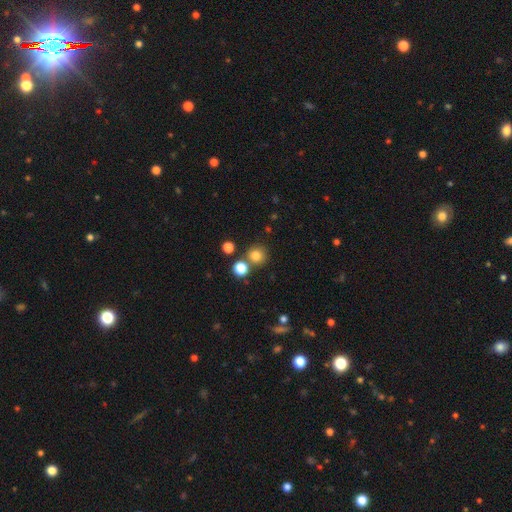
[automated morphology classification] This is likely a smooth galaxy (79%). How rounded: clearly round (91%). Merging: likely none (73%).